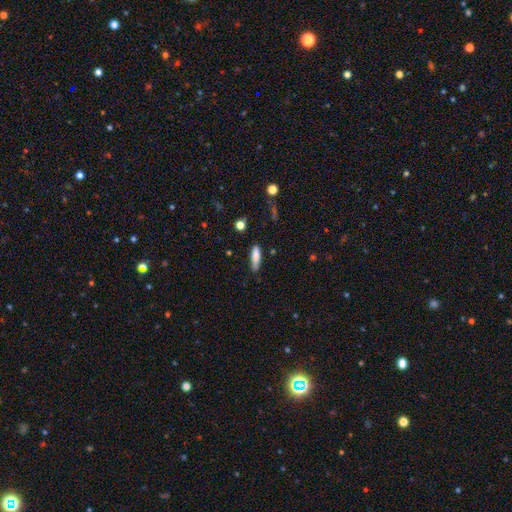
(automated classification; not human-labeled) Smooth or featured?
  - smooth: 82% *
  - featured or disk: 10%
  - star or artifact: 7%
How rounded?
  - cigar-shaped: 59% *
  - in between: 39%
  - round: 2%
Merging?
  - none: 71% *
  - minor disturbance: 23%
  - major disturbance: 4%
  - merger: 2%